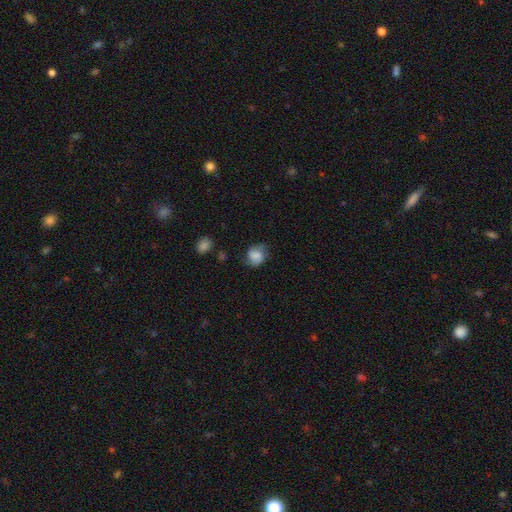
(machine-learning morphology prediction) Smooth or featured? Predicted: smooth (p=0.62). How rounded? Predicted: round (p=0.59). Merging? Predicted: none (p=0.58).